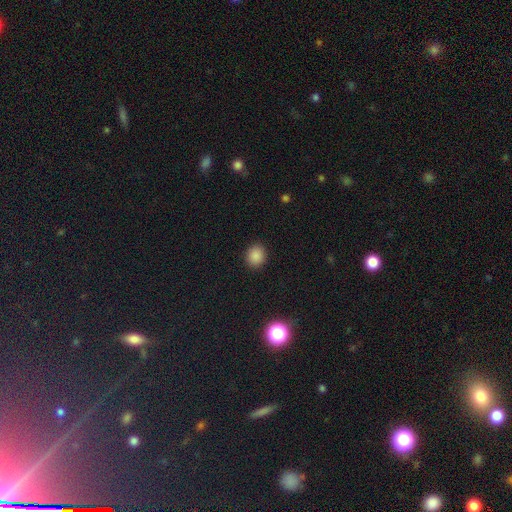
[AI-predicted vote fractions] smooth_or_featured: smooth (p=0.85) [alt: star or artifact p=0.12]
how_rounded: round (p=0.73) [alt: in between p=0.26]
merging: none (p=0.90) [alt: minor disturbance p=0.07]